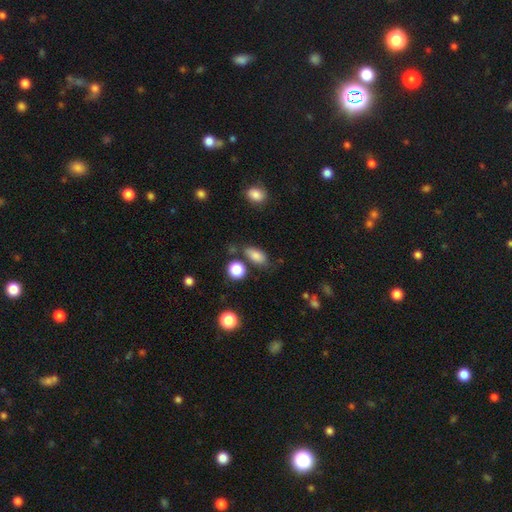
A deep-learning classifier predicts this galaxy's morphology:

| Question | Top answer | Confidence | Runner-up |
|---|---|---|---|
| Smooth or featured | smooth | 83% | star or artifact (9%) |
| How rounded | in between | 85% | round (9%) |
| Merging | none | 70% | minor disturbance (18%) |